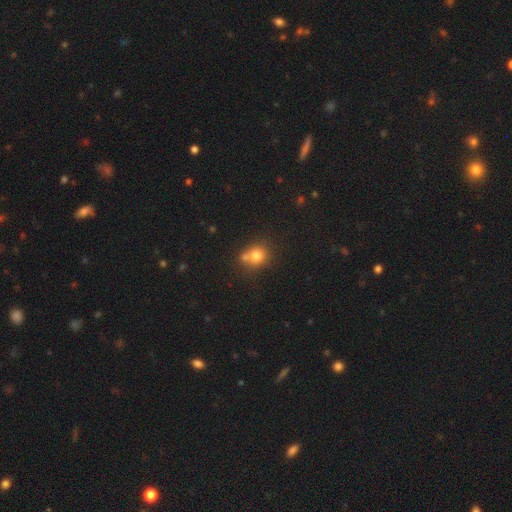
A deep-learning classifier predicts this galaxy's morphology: Smooth or featured?
  - smooth: 77% *
  - star or artifact: 13%
  - featured or disk: 11%
How rounded?
  - round: 80% *
  - in between: 19%
  - cigar-shaped: 1%
Merging?
  - none: 51% *
  - merger: 34%
  - minor disturbance: 11%
  - major disturbance: 4%